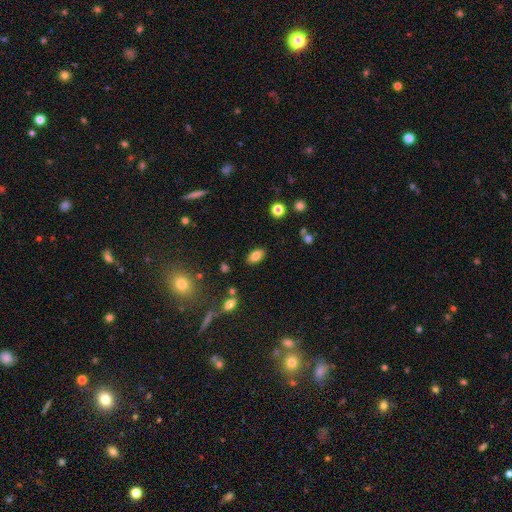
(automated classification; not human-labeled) smooth 82%, star or artifact 9%, featured or disk 9%. Down the decision tree: how rounded — in between (90%); merging — none (86%).